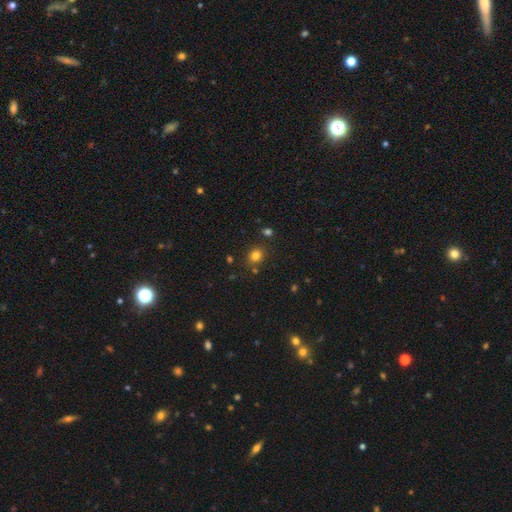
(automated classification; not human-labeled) Smooth or featured? Predicted: smooth (p=0.80). How rounded? Predicted: round (p=0.65). Merging? Predicted: none (p=0.80).